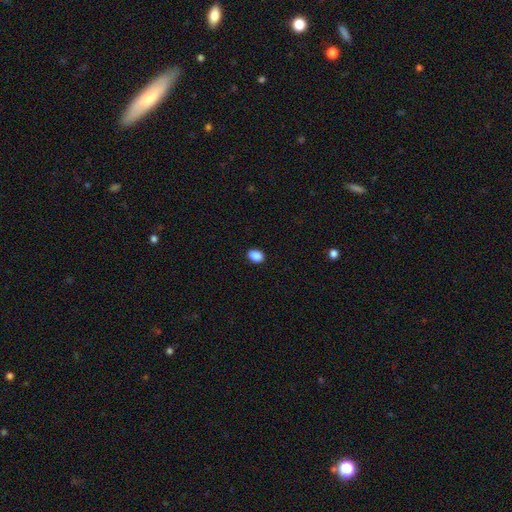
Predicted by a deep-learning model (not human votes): smooth-or-featured: smooth: 89% | star or artifact: 8% | featured or disk: 2%
  how-rounded: in between: 72% | round: 26% | cigar-shaped: 1%
  merging: none: 89% | minor disturbance: 8% | major disturbance: 2% | merger: 1%